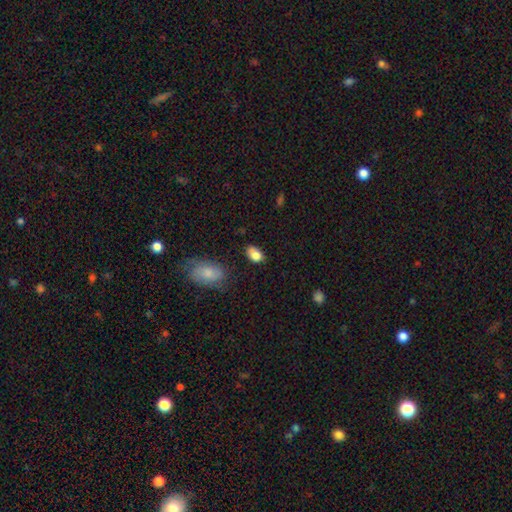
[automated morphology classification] smooth-or-featured: smooth: 82% | featured or disk: 9% | star or artifact: 9%
  how-rounded: in between: 85% | round: 13% | cigar-shaped: 2%
  merging: none: 61% | minor disturbance: 27% | major disturbance: 6% | merger: 6%